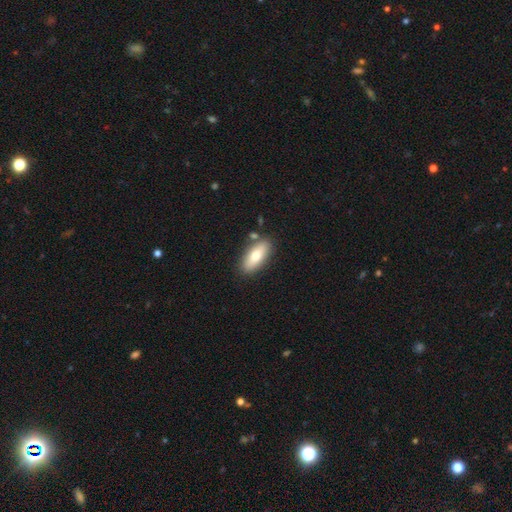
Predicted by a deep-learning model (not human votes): A smooth galaxy with no disk features (71%) that is in between round and cigar-shaped (83%). Merging: none (82%).